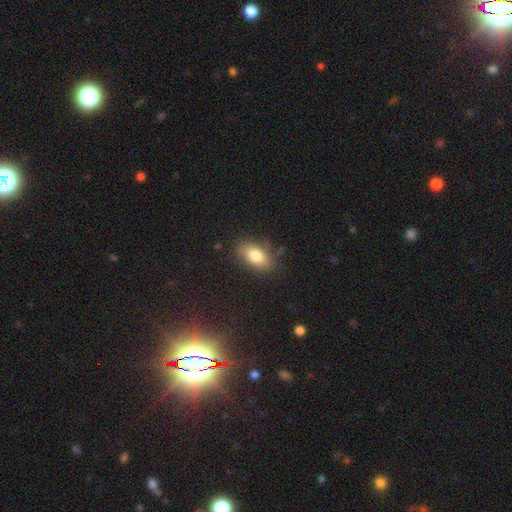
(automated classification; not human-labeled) Smooth or featured: smooth — 79% (featured or disk — 12%)
How rounded: in between — 90% (round — 6%)
Merging: none — 79% (minor disturbance — 15%)